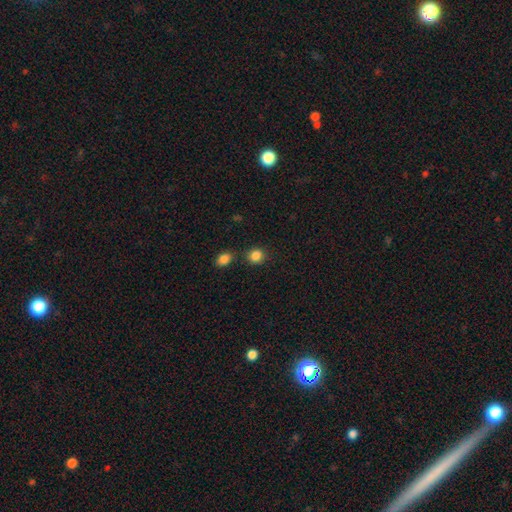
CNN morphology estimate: smooth-or-featured: smooth: 86% | star or artifact: 11% | featured or disk: 4%
  how-rounded: round: 77% | in between: 22% | cigar-shaped: 1%
  merging: none: 75% | merger: 11% | minor disturbance: 11% | major disturbance: 3%